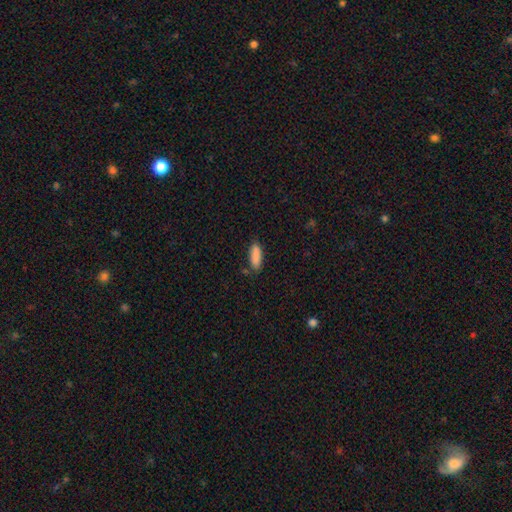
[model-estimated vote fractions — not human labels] The model was most divided on "how rounded": in between: 62%, cigar-shaped: 37%, round: 2%. More confident: smooth or featured — smooth (89%); merging — none (83%).